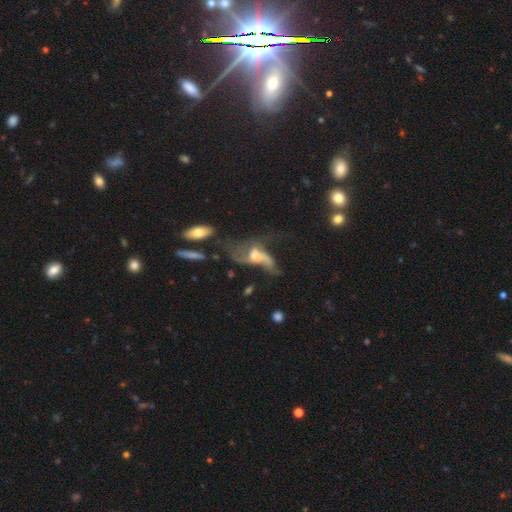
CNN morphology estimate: The model was most divided on "merging": major disturbance: 44%, none: 25%, merger: 17%, minor disturbance: 14%. More confident: edge-on disk — no (88%); spiral arms — yes (65%); smooth or featured — featured or disk (64%); bar — no (60%); bulge size — moderate (51%).